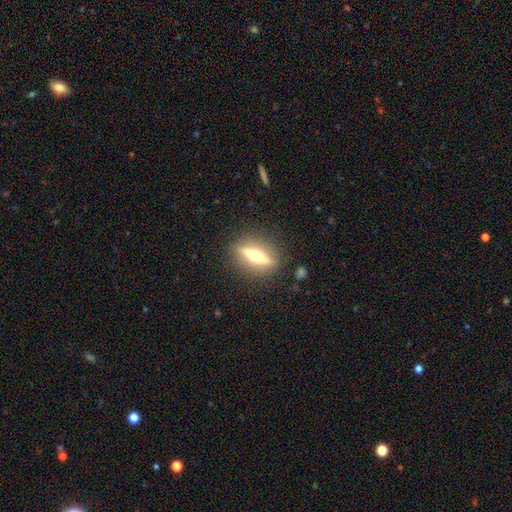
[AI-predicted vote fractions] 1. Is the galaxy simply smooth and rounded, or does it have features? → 66% featured or disk, 27% smooth, 7% star or artifact.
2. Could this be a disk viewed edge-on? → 88% yes, 12% no.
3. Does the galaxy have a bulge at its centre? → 93% rounded, 4% boxy, 4% none.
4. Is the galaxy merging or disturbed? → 87% none, 8% minor disturbance, 4% major disturbance, 1% merger.